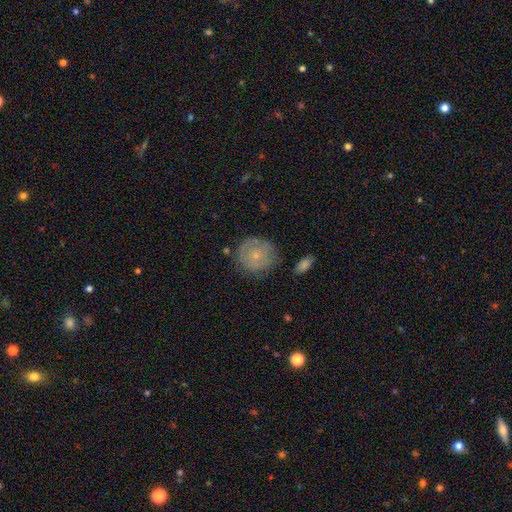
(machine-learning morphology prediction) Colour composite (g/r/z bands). It shows a smooth galaxy with no disk features (53%) that is round (89%). Merging: none (72%).